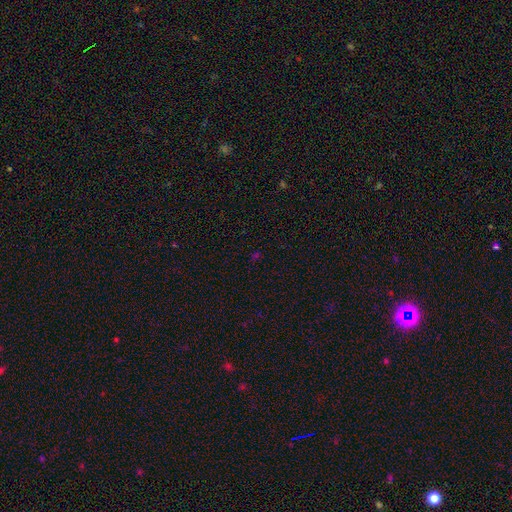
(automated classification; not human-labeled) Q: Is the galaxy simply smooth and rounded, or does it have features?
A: star or artifact — 61%.